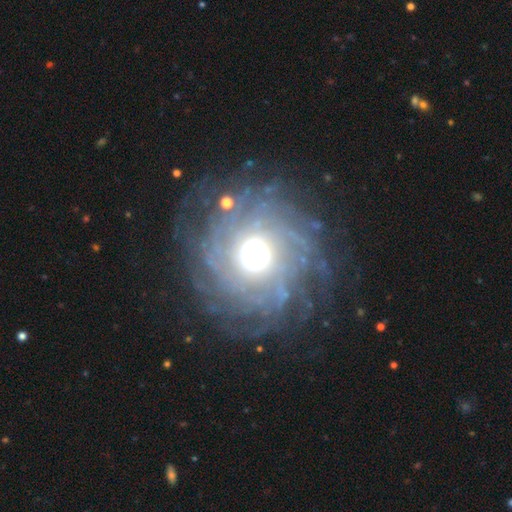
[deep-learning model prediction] This appears to be a featured or disk galaxy (80%) with no bar (74%), more than 4 (34%) tight (65%) spiral arms (91%) and a moderate central bulge (45%). Merging: none (75%).